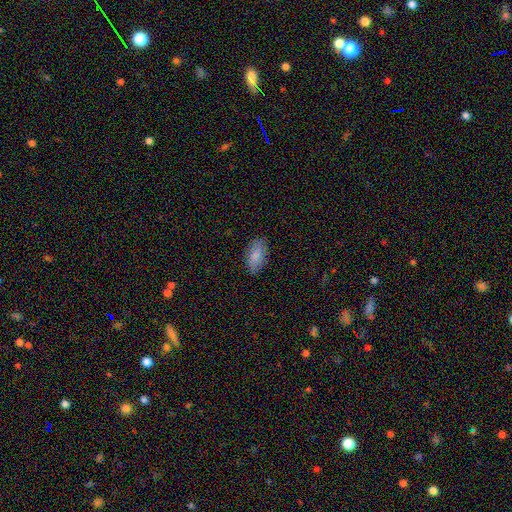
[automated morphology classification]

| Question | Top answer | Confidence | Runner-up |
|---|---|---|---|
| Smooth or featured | smooth | 84% | featured or disk (9%) |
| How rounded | in between | 93% | cigar-shaped (4%) |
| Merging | none | 85% | minor disturbance (12%) |